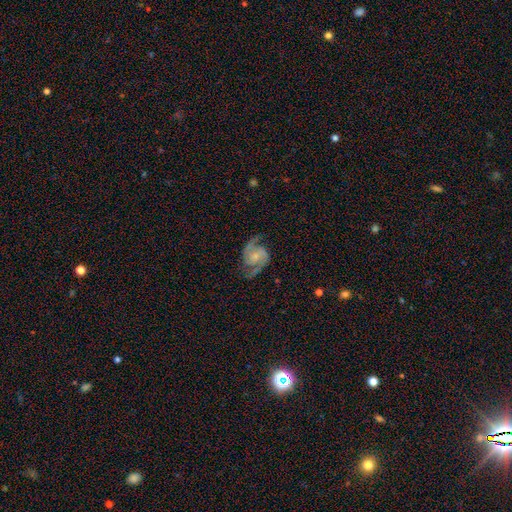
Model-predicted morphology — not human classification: smooth_or_featured: featured or disk (p=0.89) [alt: smooth p=0.05]
disk_edge_on: no (p=0.98) [alt: yes p=0.02]
bar: no (p=0.60) [alt: weak p=0.32]
has_spiral_arms: yes (p=0.98) [alt: no p=0.02]
spiral_winding: medium (p=0.56) [alt: loose p=0.24]
spiral_arm_count: 2 (p=0.91) [alt: 3 p=0.03]
bulge_size: small (p=0.63) [alt: moderate p=0.26]
merging: none (p=0.75) [alt: minor disturbance p=0.16]